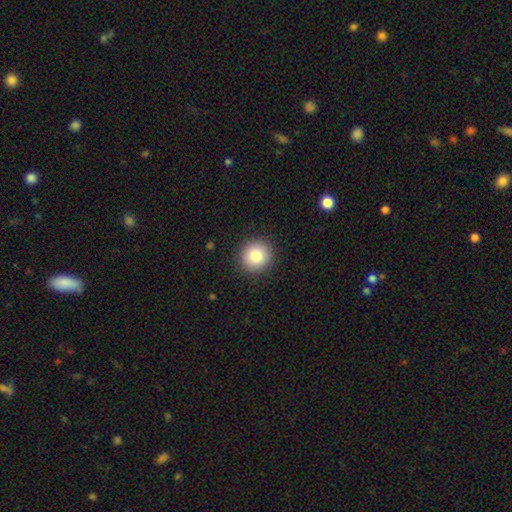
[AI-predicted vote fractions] Smooth or featured? smooth (84%)
How rounded? round (92%)
Merging? none (91%)